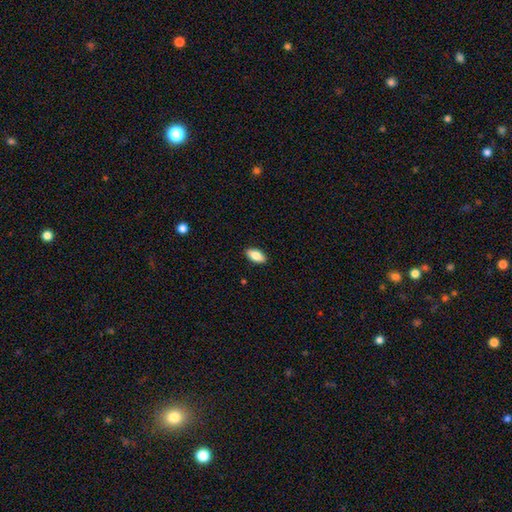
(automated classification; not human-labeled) Smooth or featured? Predicted: smooth (p=0.84). How rounded? Predicted: in between (p=0.90). Merging? Predicted: none (p=0.90).